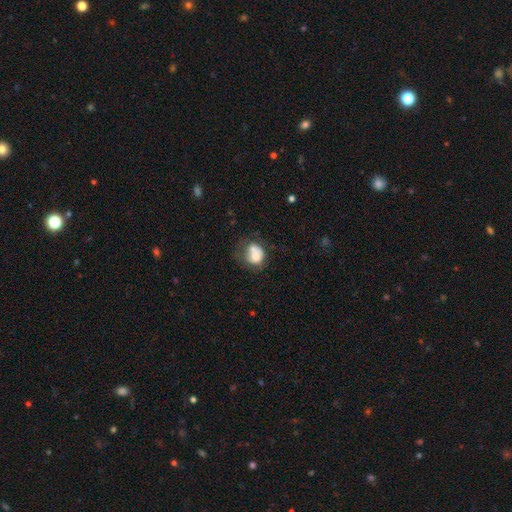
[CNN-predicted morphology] smooth_or_featured: smooth (p=0.65) [alt: featured or disk p=0.26]
how_rounded: round (p=0.58) [alt: in between p=0.41]
merging: merger (p=0.31) [alt: none p=0.30]